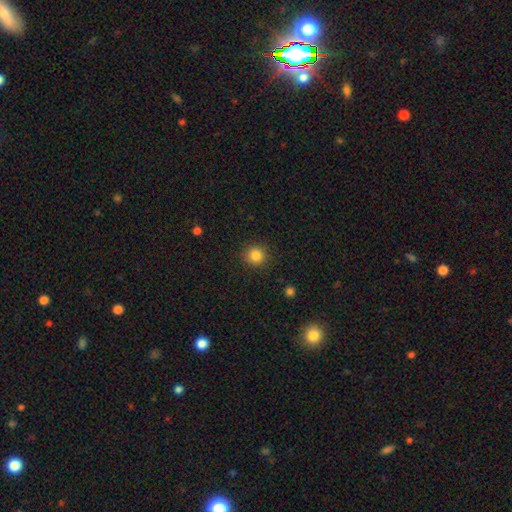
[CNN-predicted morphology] Smooth or featured?
  - smooth: 84% *
  - star or artifact: 11%
  - featured or disk: 5%
How rounded?
  - round: 94% *
  - in between: 5%
  - cigar-shaped: 1%
Merging?
  - none: 90% *
  - minor disturbance: 6%
  - major disturbance: 2%
  - merger: 1%